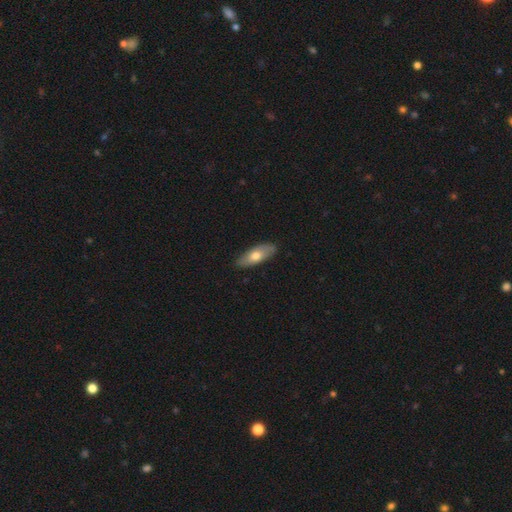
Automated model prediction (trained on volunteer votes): Smooth or featured? Predicted: smooth (p=0.66). How rounded? Predicted: in between (p=0.73). Merging? Predicted: none (p=0.85).